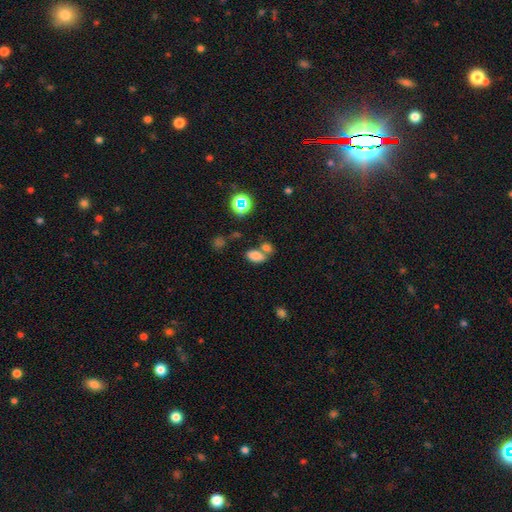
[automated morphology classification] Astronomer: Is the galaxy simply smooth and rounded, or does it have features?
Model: smooth — 77%.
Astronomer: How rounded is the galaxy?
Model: in between — 89%.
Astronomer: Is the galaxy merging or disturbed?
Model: none — 46% (runner-up: merger, 38%).